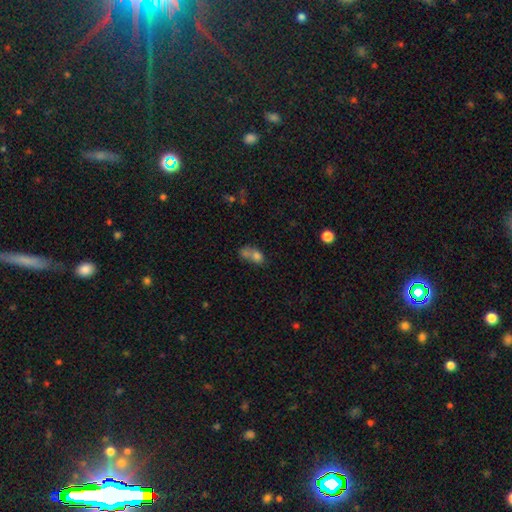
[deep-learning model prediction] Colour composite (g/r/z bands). It shows a smooth galaxy with no disk features (71%) that is in between round and cigar-shaped (56%). Merging: merger (63%).